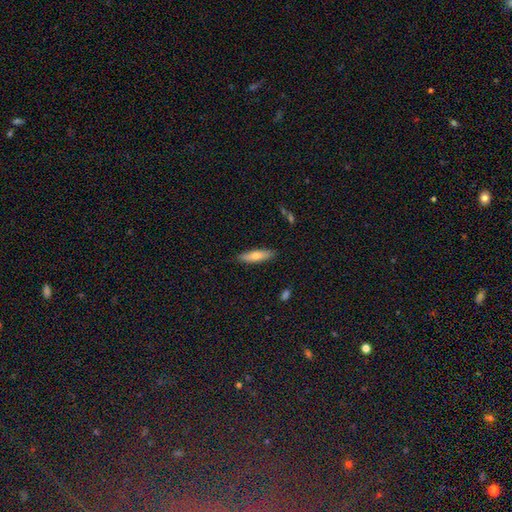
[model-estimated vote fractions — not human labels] Smooth or featured? Predicted: smooth (p=0.70). How rounded? Predicted: cigar-shaped (p=0.67). Merging? Predicted: none (p=0.88).